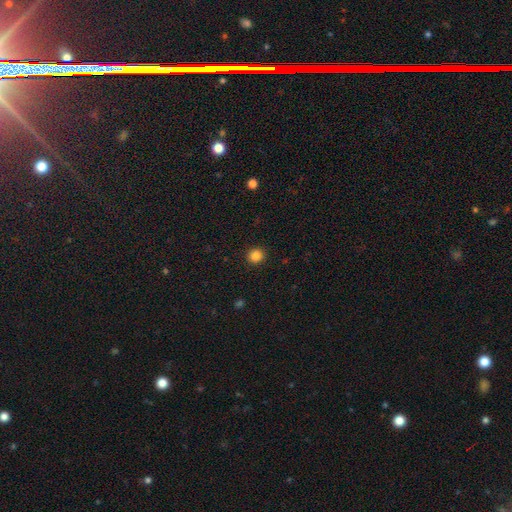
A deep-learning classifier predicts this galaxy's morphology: The model was most divided on "smooth or featured": smooth: 85%, star or artifact: 11%, featured or disk: 3%. More confident: merging — none (92%); how rounded — round (88%).